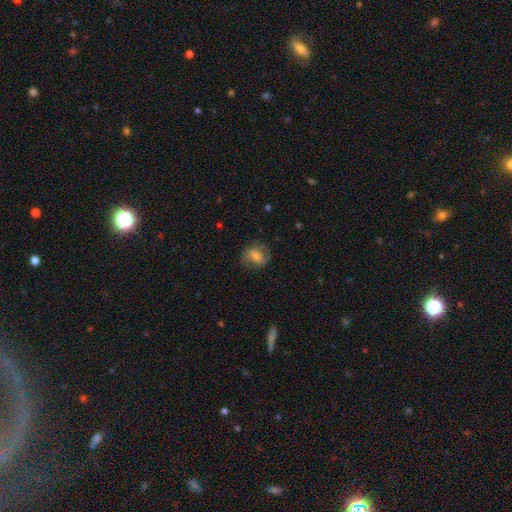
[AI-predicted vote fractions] This appears to be a smooth galaxy with no disk features (62%) that is round (50%). Merging: none (68%).